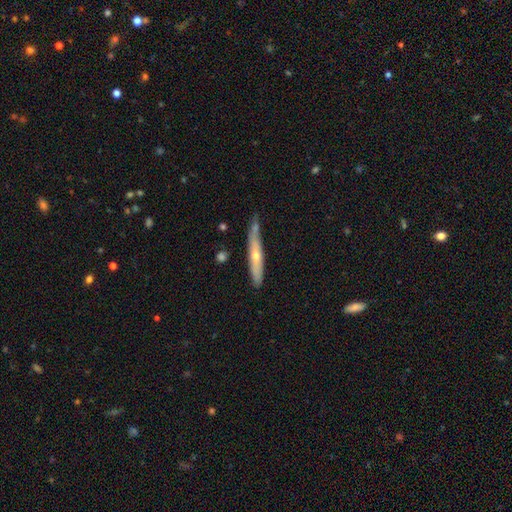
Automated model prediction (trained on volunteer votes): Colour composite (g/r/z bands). It shows a featured or disk galaxy (52%) viewed edge-on (83%). Merging: none (68%).